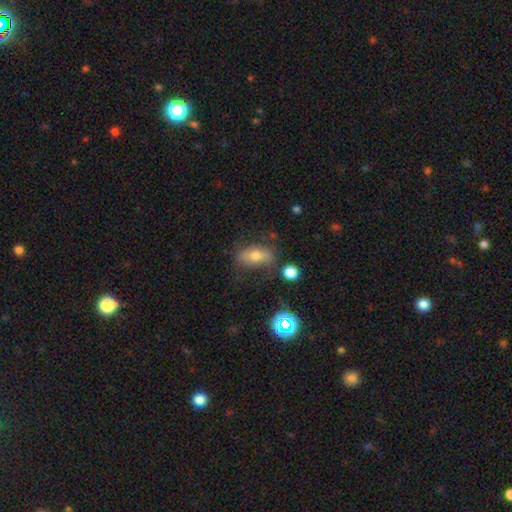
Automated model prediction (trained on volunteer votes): Morphology: type=smooth (63%); roundness=in between (84%); merging=none (65%).